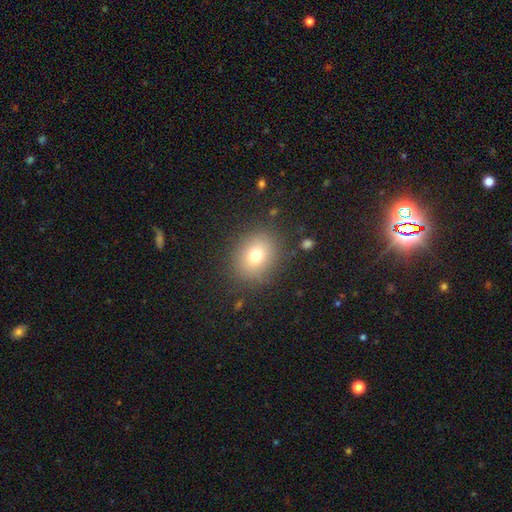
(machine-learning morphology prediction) type=smooth (74%); roundness=round (66%); merging=none (85%).